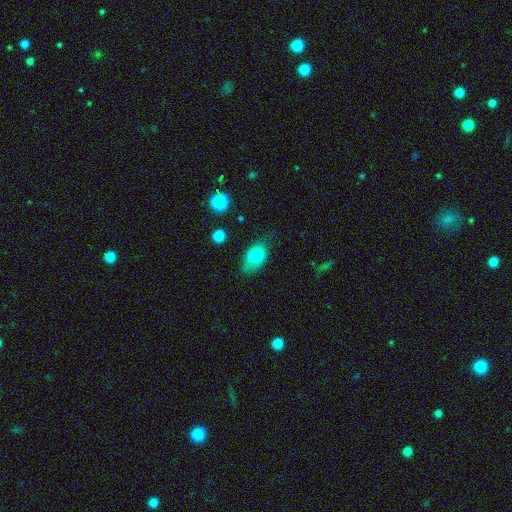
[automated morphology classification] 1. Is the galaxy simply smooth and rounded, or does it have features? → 83% smooth, 9% featured or disk, 9% star or artifact.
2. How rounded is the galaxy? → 90% in between, 8% round, 2% cigar-shaped.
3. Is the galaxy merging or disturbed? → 61% none, 27% minor disturbance, 10% major disturbance, 2% merger.